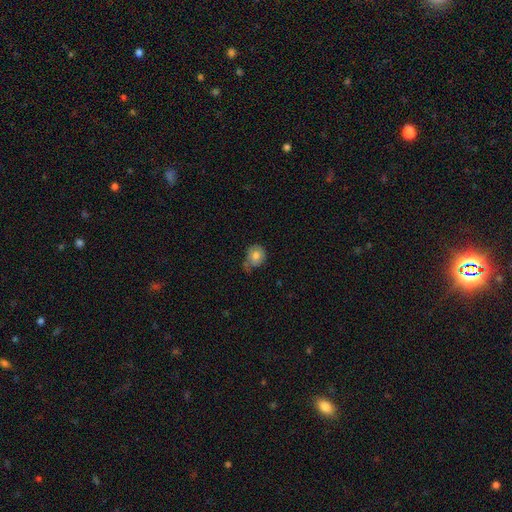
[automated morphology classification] The model was most divided on "merging": none: 43%, minor disturbance: 37%, major disturbance: 14%, merger: 6%. More confident: smooth or featured — smooth (72%); how rounded — round (63%).